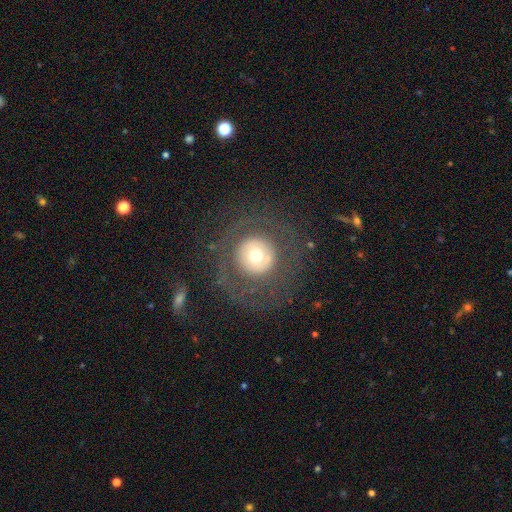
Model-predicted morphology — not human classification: Smooth or featured: smooth — 47% (featured or disk — 43%)
Merging: none — 75% (major disturbance — 13%)